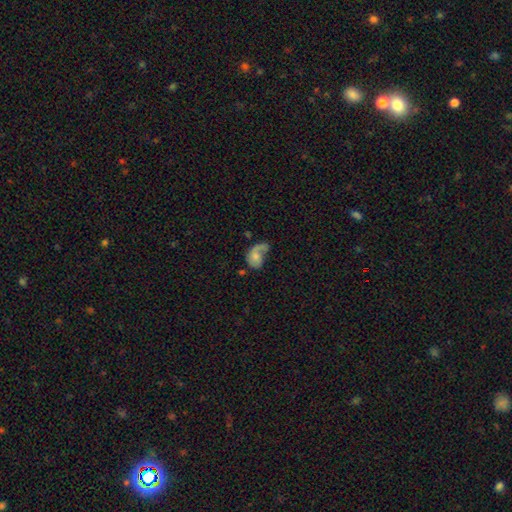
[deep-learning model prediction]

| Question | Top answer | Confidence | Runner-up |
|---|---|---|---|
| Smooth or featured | featured or disk | 56% | smooth (35%) |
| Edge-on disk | no | 97% | yes (3%) |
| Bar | no | 76% | weak (20%) |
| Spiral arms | yes | 81% | no (19%) |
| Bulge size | small | 46% | moderate (34%) |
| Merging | major disturbance | 41% | none (29%) |